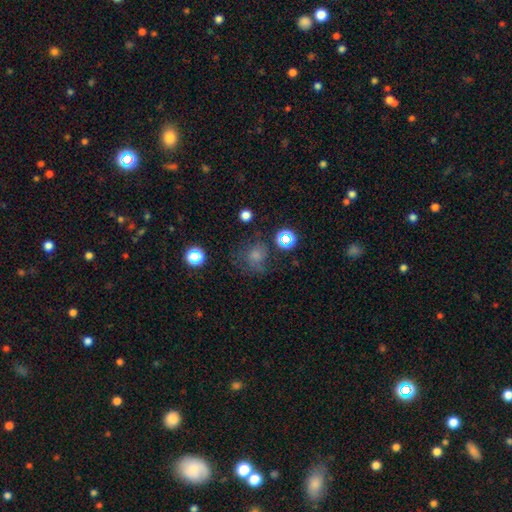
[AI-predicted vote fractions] smooth_or_featured: smooth (p=0.66) [alt: star or artifact p=0.22]
how_rounded: round (p=0.82) [alt: in between p=0.17]
merging: none (p=0.55) [alt: minor disturbance p=0.22]